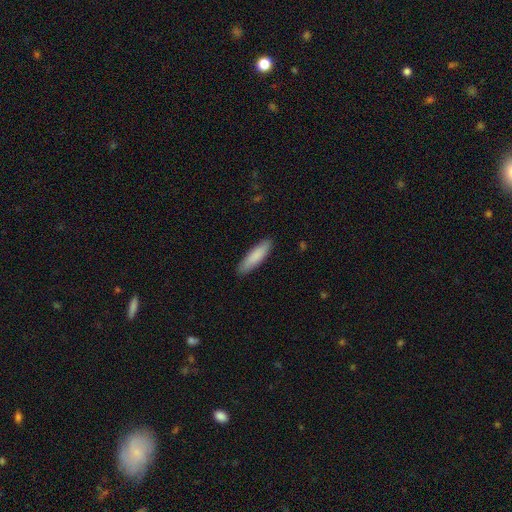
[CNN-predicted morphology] The model was most divided on "how rounded": cigar-shaped: 67%, in between: 32%, round: 1%. More confident: merging — none (89%); smooth or featured — smooth (87%).